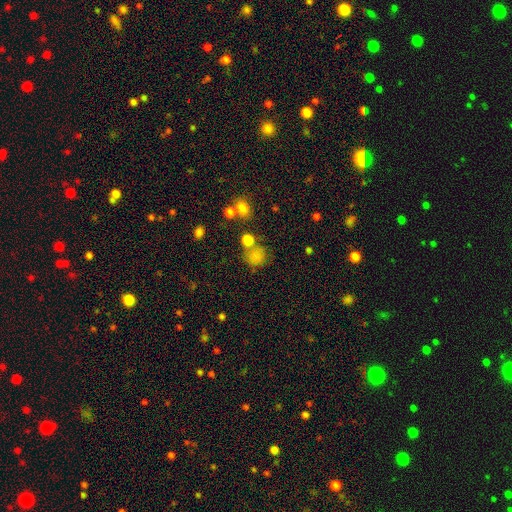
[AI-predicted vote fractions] Smooth or featured? Predicted: smooth (p=0.77). How rounded? Predicted: round (p=0.82). Merging? Predicted: none (p=0.62).